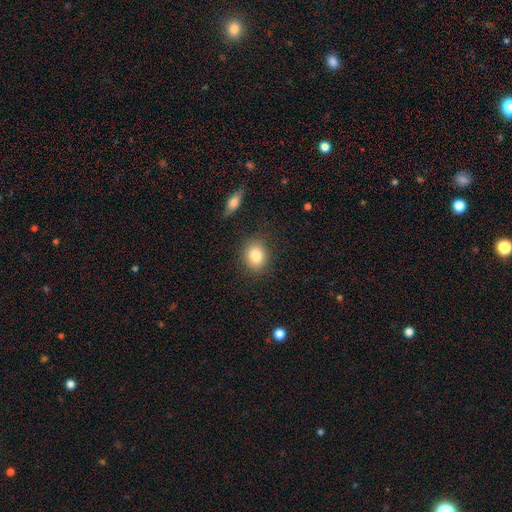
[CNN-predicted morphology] Q: Smooth or featured?
A: smooth (84%); runner-up: star or artifact (9%)
Q: How rounded?
A: round (55%); runner-up: in between (44%)
Q: Merging?
A: none (84%); runner-up: minor disturbance (10%)